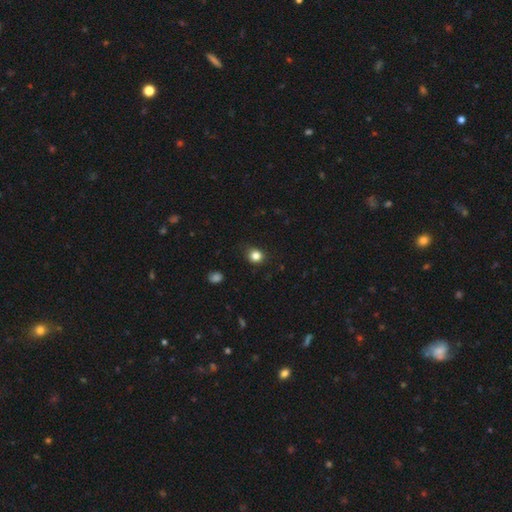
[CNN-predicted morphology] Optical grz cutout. It shows a smooth galaxy with no disk features (83%) that is round (82%). Merging: none (86%).